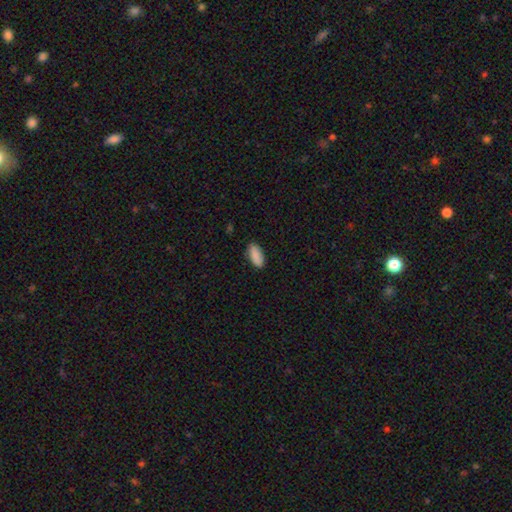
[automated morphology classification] This is clearly a smooth galaxy (90%). How rounded: clearly in between (88%). Merging: clearly none (86%).